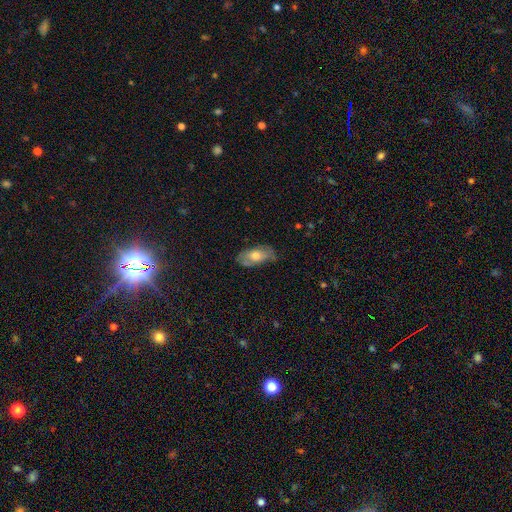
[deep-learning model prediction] Smooth or featured?
  - smooth: 58% *
  - featured or disk: 35%
  - star or artifact: 7%
How rounded?
  - in between: 90% *
  - cigar-shaped: 6%
  - round: 4%
Merging?
  - none: 66% *
  - minor disturbance: 26%
  - major disturbance: 6%
  - merger: 2%